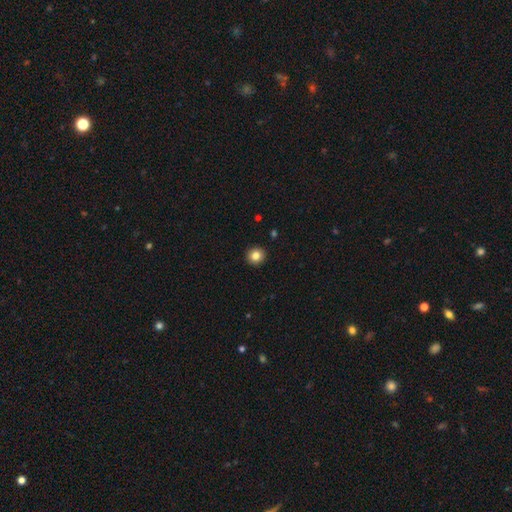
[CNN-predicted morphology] Q: Smooth or featured?
A: smooth (83%); runner-up: star or artifact (10%)
Q: How rounded?
A: round (92%); runner-up: in between (7%)
Q: Merging?
A: none (93%); runner-up: minor disturbance (4%)